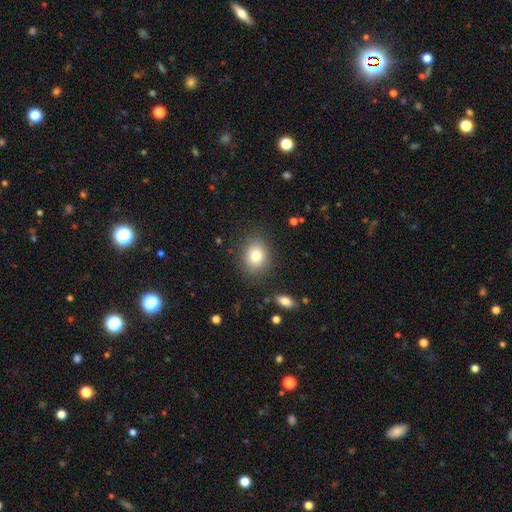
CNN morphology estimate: smooth 80%, featured or disk 10%, star or artifact 10%. Down the decision tree: how rounded — in between (51%); merging — none (84%).